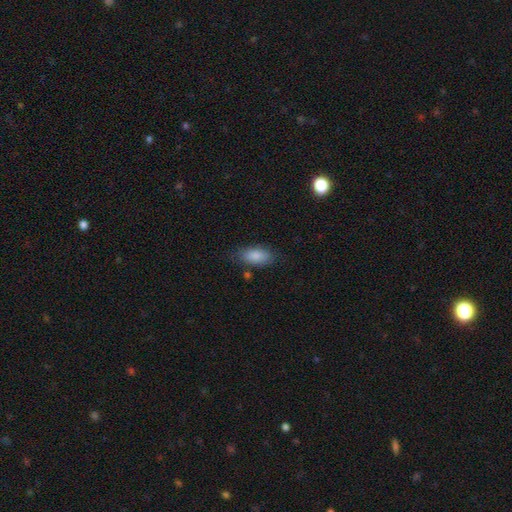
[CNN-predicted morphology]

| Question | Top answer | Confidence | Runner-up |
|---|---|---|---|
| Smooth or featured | smooth | 87% | star or artifact (7%) |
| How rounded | in between | 90% | cigar-shaped (6%) |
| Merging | none | 77% | minor disturbance (16%) |